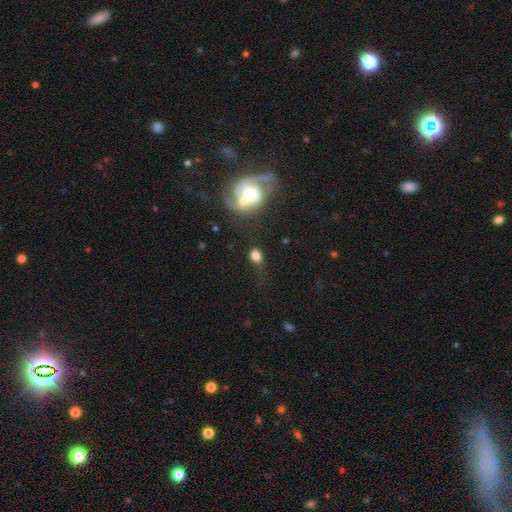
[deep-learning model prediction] This appears to be a smooth galaxy with no disk features (75%) that is in between round and cigar-shaped (54%). Merging: none (44%).